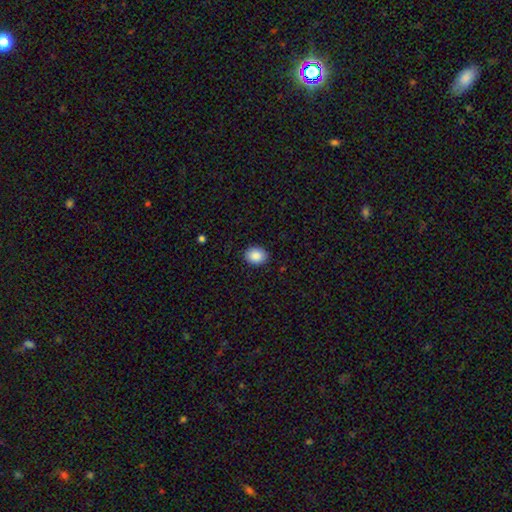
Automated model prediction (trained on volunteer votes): Smooth or featured: smooth — 89% (star or artifact — 8%)
How rounded: round — 52% (in between — 47%)
Merging: none — 89% (minor disturbance — 8%)